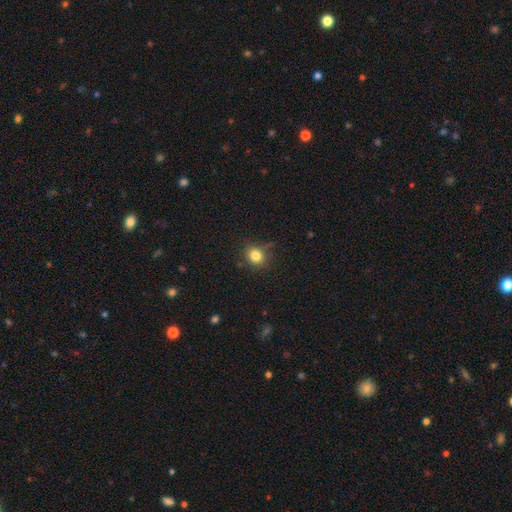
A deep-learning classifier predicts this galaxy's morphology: The model was most divided on "how rounded": round: 73%, in between: 26%, cigar-shaped: 1%. More confident: smooth or featured — smooth (82%); merging — none (77%).